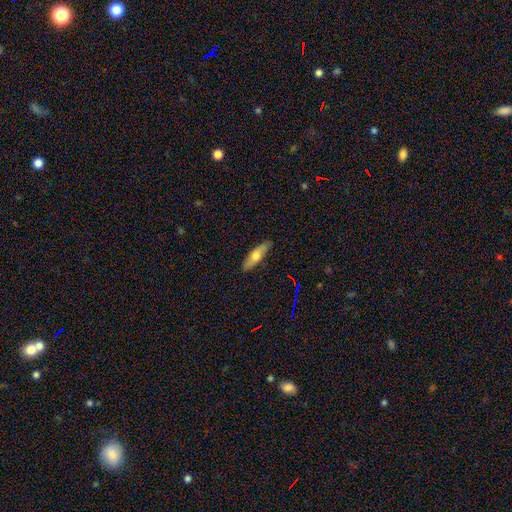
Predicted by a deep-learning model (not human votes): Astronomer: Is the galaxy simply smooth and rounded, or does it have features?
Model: smooth — 60%.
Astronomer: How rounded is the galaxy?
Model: cigar-shaped — 56% (runner-up: in between, 42%).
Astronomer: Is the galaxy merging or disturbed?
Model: none — 87%.